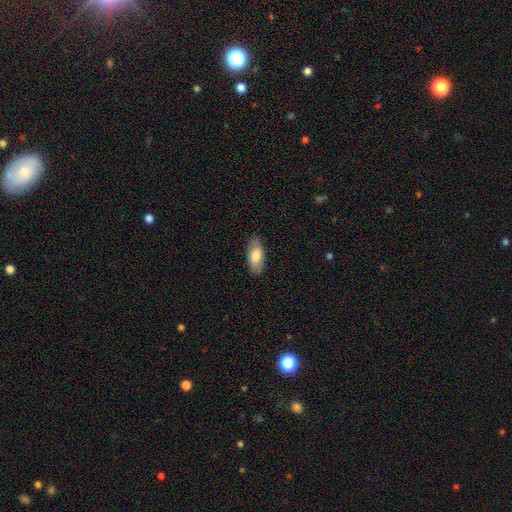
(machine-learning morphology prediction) Q: Smooth or featured?
A: smooth (80%); runner-up: featured or disk (15%)
Q: How rounded?
A: in between (85%); runner-up: cigar-shaped (13%)
Q: Merging?
A: none (86%); runner-up: minor disturbance (10%)